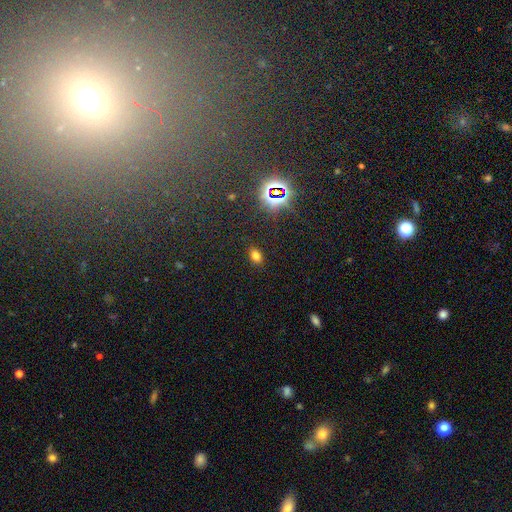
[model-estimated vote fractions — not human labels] smooth_or_featured: smooth (p=0.70) [alt: star or artifact p=0.23]
how_rounded: in between (p=0.80) [alt: round p=0.19]
merging: none (p=0.86) [alt: minor disturbance p=0.09]